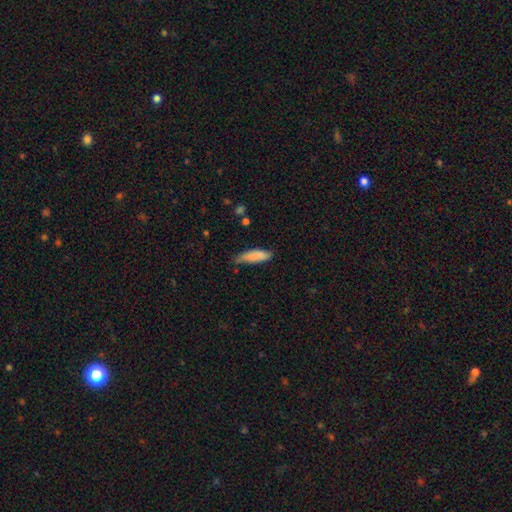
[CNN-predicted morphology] Smooth or featured? smooth (84%)
How rounded? cigar-shaped (51%)
Merging? none (61%)